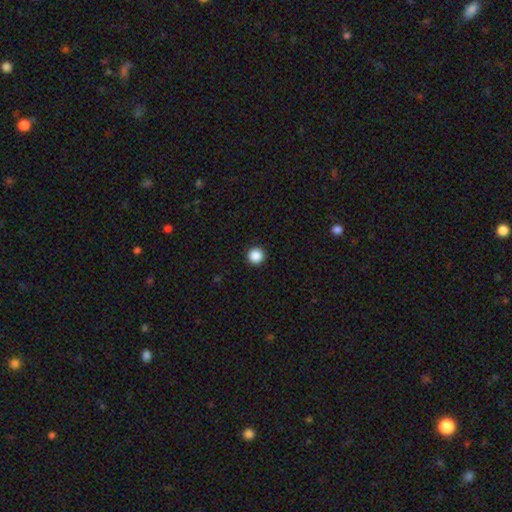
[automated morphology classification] smooth 87%, star or artifact 10%, featured or disk 3%. Down the decision tree: how rounded — round (97%); merging — none (94%).